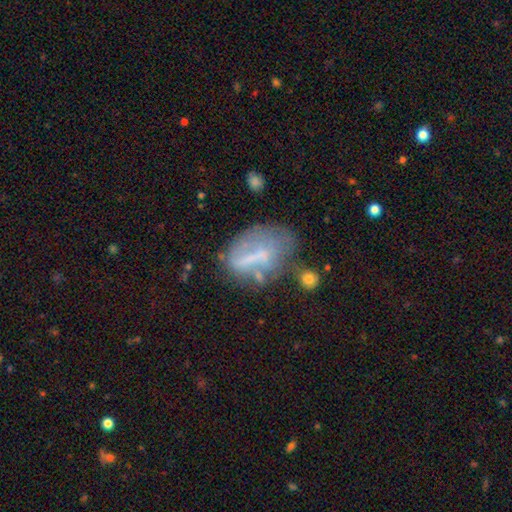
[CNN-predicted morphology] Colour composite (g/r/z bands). It shows a featured or disk galaxy (46%). Merging: none (39%).